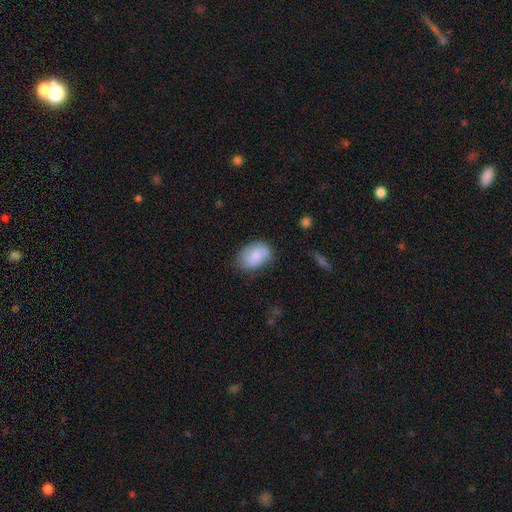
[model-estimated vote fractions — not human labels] Overall: smooth (73%). How rounded: in between (81%). Merging: none (72%).